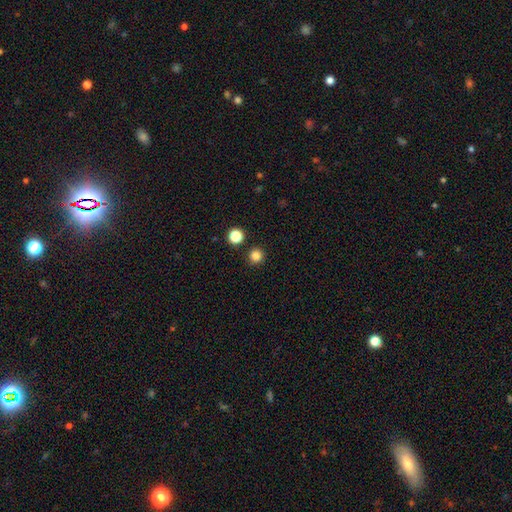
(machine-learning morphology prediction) This appears to be a smooth galaxy with no disk features (84%) that is round (95%). Merging: none (91%).